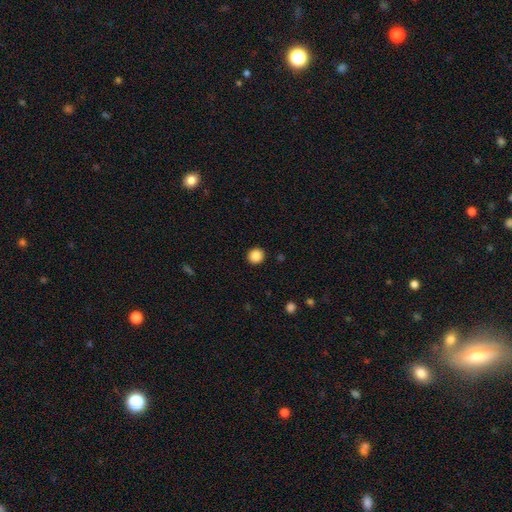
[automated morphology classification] A smooth galaxy with no disk features (87%) that is round (89%). Merging: none (92%).